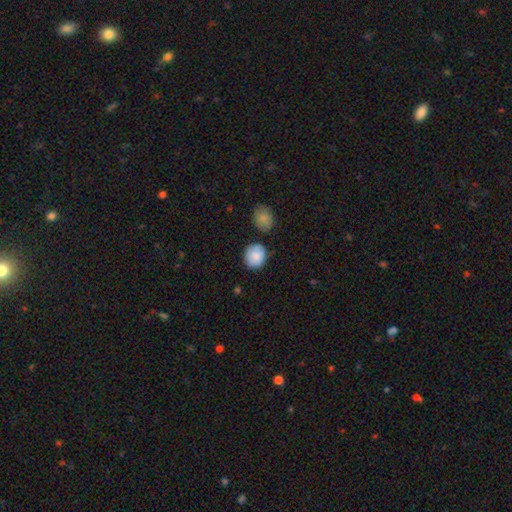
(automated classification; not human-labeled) A smooth galaxy with no disk features (87%) that is round (81%).

Vote fractions:
- Smooth or featured? smooth: 87% / star or artifact: 7% / featured or disk: 6%
- How rounded? round: 81% / in between: 18% / cigar-shaped: 1%
- Merging? none: 76% / minor disturbance: 15% / merger: 6% / major disturbance: 3%